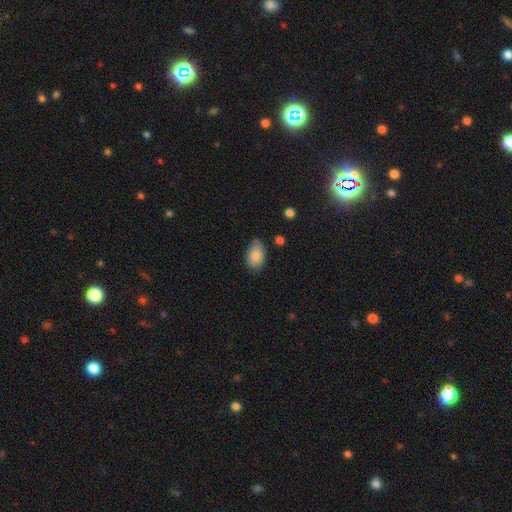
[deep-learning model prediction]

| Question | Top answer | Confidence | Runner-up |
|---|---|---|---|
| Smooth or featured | smooth | 85% | featured or disk (9%) |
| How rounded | in between | 92% | round (7%) |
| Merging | none | 77% | minor disturbance (18%) |